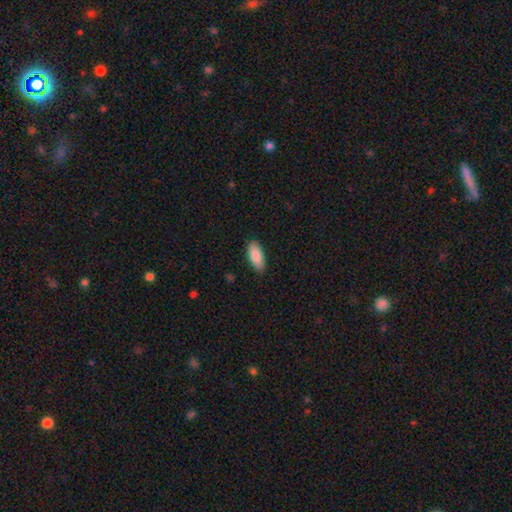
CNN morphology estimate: A smooth galaxy with no disk features (88%) that is in between round and cigar-shaped (85%).

Vote fractions:
- Smooth or featured? smooth: 88% / featured or disk: 7% / star or artifact: 6%
- How rounded? in between: 85% / cigar-shaped: 13% / round: 2%
- Merging? none: 87% / minor disturbance: 10% / major disturbance: 2% / merger: 1%